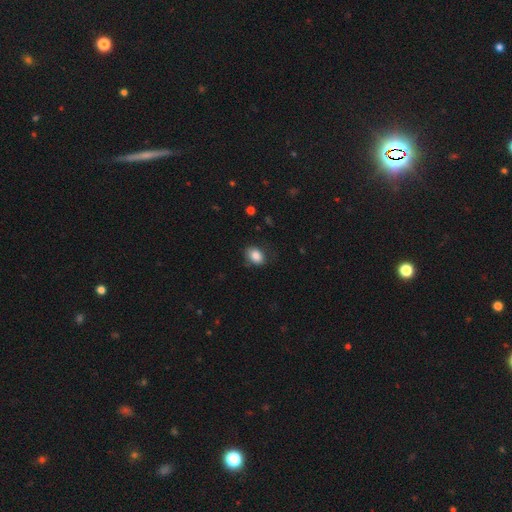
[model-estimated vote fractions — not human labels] Smooth or featured: smooth — 85% (star or artifact — 8%)
How rounded: in between — 71% (round — 28%)
Merging: none — 78% (minor disturbance — 16%)